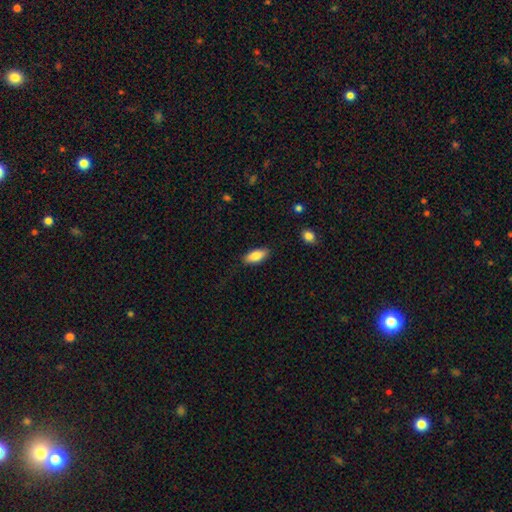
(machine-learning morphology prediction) Q: Smooth or featured?
A: smooth (84%); runner-up: featured or disk (10%)
Q: How rounded?
A: in between (83%); runner-up: cigar-shaped (14%)
Q: Merging?
A: none (86%); runner-up: minor disturbance (10%)